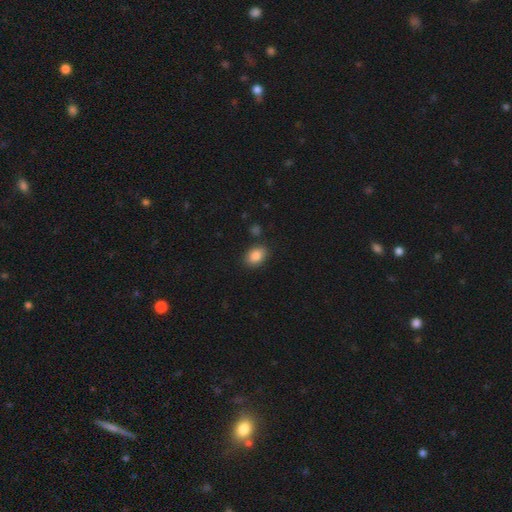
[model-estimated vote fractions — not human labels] Smooth or featured: smooth — 87% (star or artifact — 8%)
How rounded: in between — 76% (round — 23%)
Merging: none — 83% (minor disturbance — 11%)